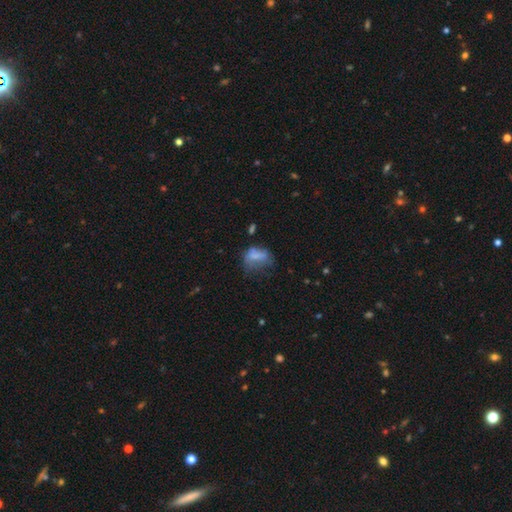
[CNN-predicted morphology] smooth_or_featured: smooth (p=0.58) [alt: featured or disk p=0.28]
how_rounded: in between (p=0.71) [alt: round p=0.24]
merging: major disturbance (p=0.34) [alt: none p=0.31]